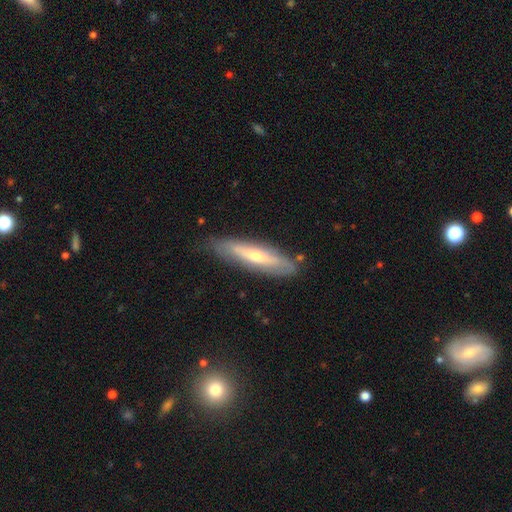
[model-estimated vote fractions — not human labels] Smooth or featured?
  - featured or disk: 61% *
  - smooth: 32%
  - star or artifact: 7%
Edge-on disk?
  - yes: 66% *
  - no: 34%
Merging?
  - none: 81% *
  - minor disturbance: 14%
  - major disturbance: 3%
  - merger: 2%